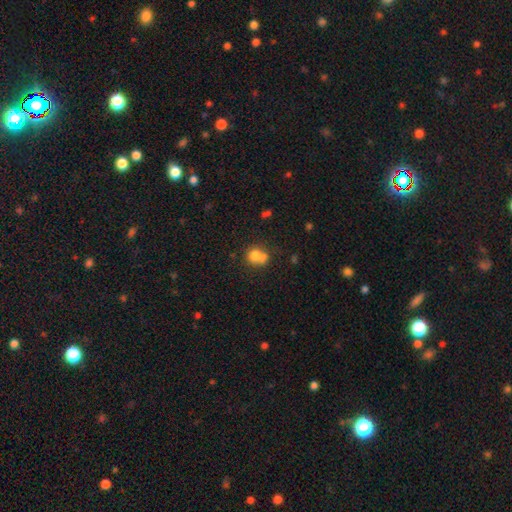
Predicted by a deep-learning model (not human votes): smooth 75%, featured or disk 14%, star or artifact 11%. Down the decision tree: how rounded — round (75%); merging — none (40%).